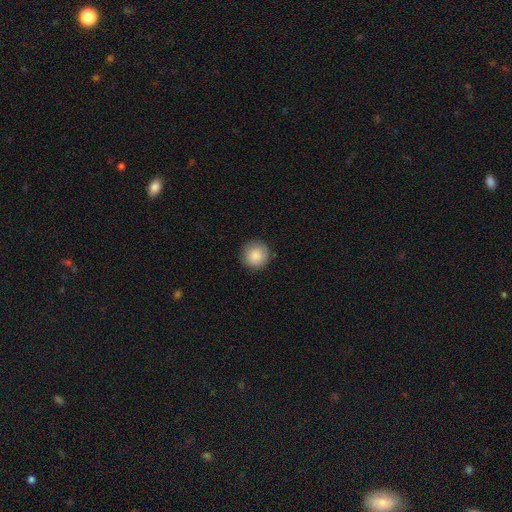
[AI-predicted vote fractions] smooth 87%, star or artifact 8%, featured or disk 6%. Down the decision tree: how rounded — round (94%); merging — none (87%).